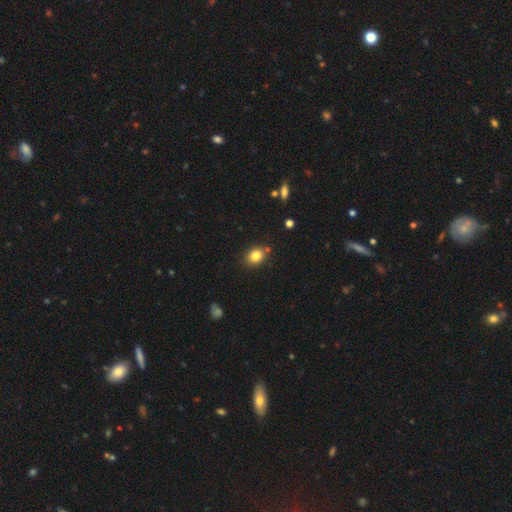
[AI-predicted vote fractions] This is clearly a smooth galaxy (82%). How rounded: possibly round (55%). Merging: clearly none (82%).